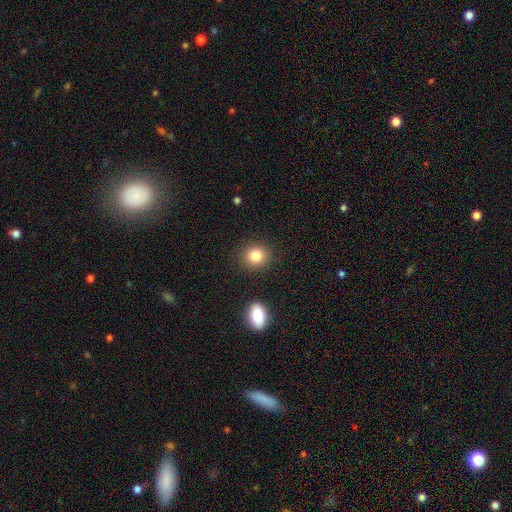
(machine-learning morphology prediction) This is clearly a smooth galaxy (83%). How rounded: likely round (77%). Merging: clearly none (86%).